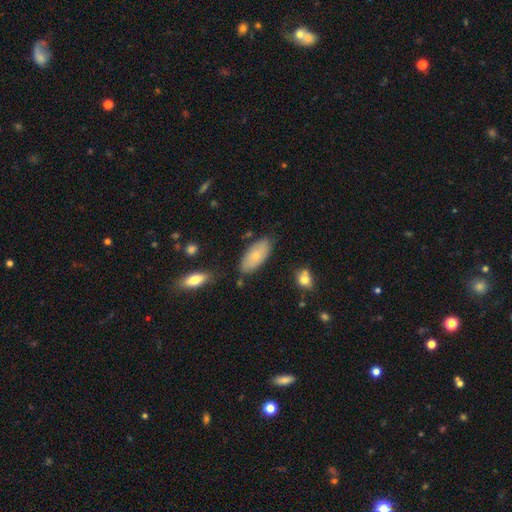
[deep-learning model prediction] Smooth or featured: smooth — 74% (featured or disk — 20%)
How rounded: in between — 90% (cigar-shaped — 8%)
Merging: none — 78% (minor disturbance — 16%)